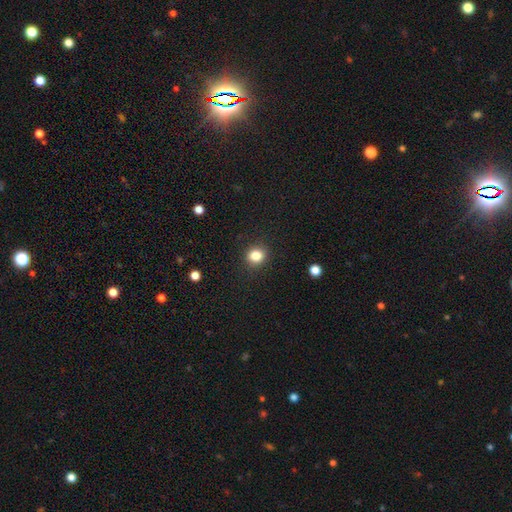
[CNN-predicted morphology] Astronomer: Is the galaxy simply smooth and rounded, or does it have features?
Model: smooth — 84%.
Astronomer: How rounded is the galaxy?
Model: round — 76%.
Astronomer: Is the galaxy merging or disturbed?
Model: none — 89%.